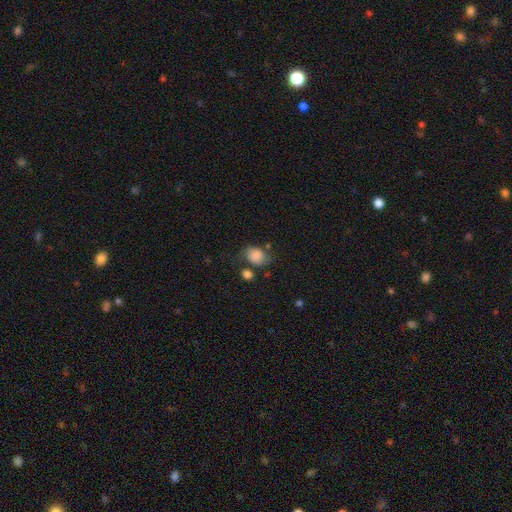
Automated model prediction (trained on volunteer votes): A smooth galaxy with no disk features (79%) that is in between round and cigar-shaped (58%). Merging: none (55%).